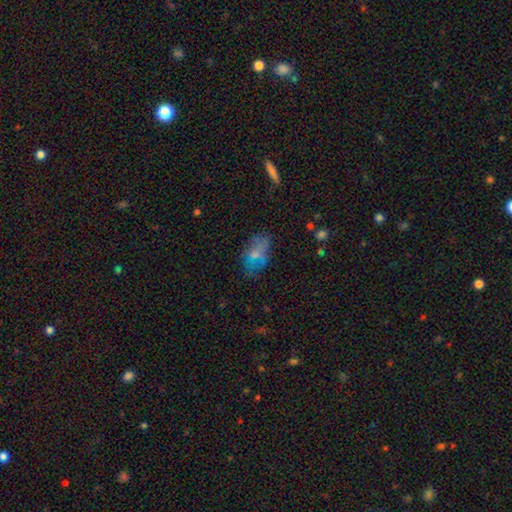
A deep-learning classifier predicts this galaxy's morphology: smooth-or-featured: smooth: 61% | featured or disk: 28% | star or artifact: 11%
  how-rounded: in between: 89% | round: 7% | cigar-shaped: 4%
  merging: none: 54% | minor disturbance: 26% | major disturbance: 15% | merger: 5%